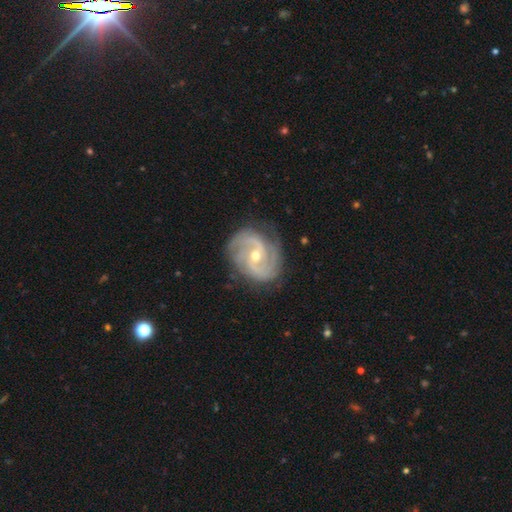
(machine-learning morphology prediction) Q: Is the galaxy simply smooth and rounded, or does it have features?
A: featured or disk — 90%.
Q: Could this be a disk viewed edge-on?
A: no — 98%.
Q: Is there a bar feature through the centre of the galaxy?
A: weak — 45%.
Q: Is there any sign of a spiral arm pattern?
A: yes — 98%.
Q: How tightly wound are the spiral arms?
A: medium — 47%.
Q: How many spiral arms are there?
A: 2 — 62%.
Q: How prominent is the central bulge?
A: moderate — 52%.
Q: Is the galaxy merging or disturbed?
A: none — 78%.